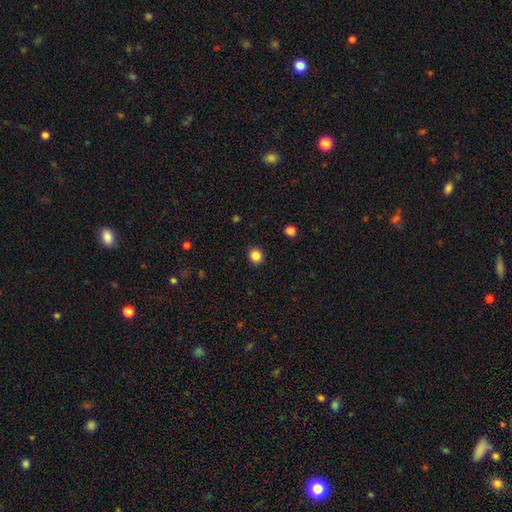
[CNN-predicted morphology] This is clearly a smooth galaxy (85%). How rounded: clearly round (89%). Merging: clearly none (92%).